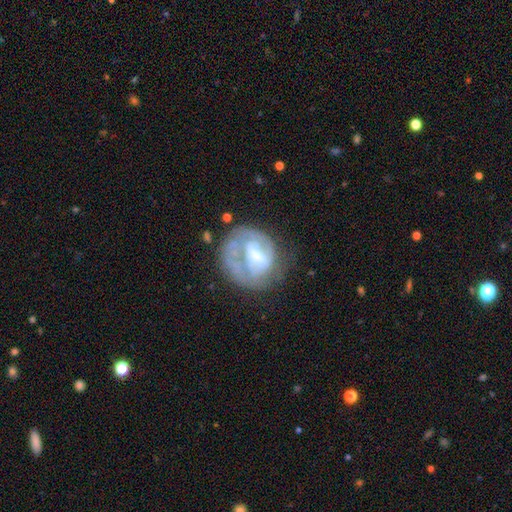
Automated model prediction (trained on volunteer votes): Morphology: type=featured or disk (66%); edge-on=no (97%); bar=weak (41%); spiral arms=yes (51%); bulge=moderate (39%); merging=none (50%).